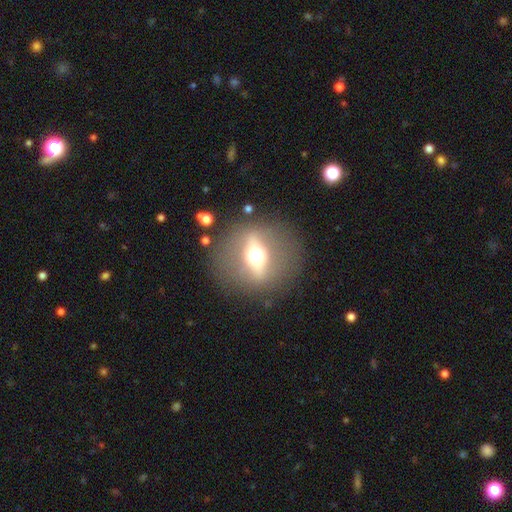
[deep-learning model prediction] A featured or disk galaxy (69%) viewed edge-on (54%).

Vote fractions:
- Smooth or featured? featured or disk: 69% / smooth: 22% / star or artifact: 9%
- Edge-on disk? yes: 54% / no: 46%
- Merging? none: 82% / minor disturbance: 9% / major disturbance: 7% / merger: 2%